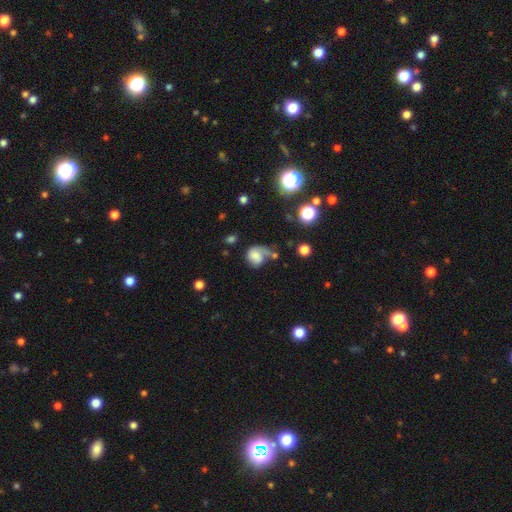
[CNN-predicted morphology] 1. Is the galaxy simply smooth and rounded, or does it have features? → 57% smooth, 31% featured or disk, 12% star or artifact.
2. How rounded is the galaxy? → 57% round, 42% in between, 1% cigar-shaped.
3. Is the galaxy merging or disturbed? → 31% major disturbance, 29% none, 24% minor disturbance, 16% merger.